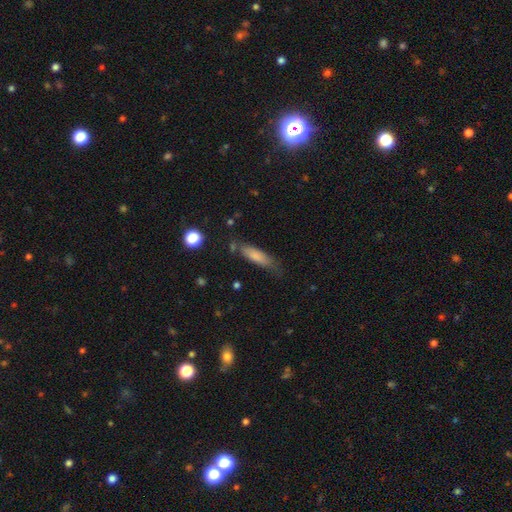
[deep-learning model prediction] The model was most divided on "how rounded": cigar-shaped: 60%, in between: 38%, round: 2%. More confident: smooth or featured — smooth (79%); merging — none (64%).